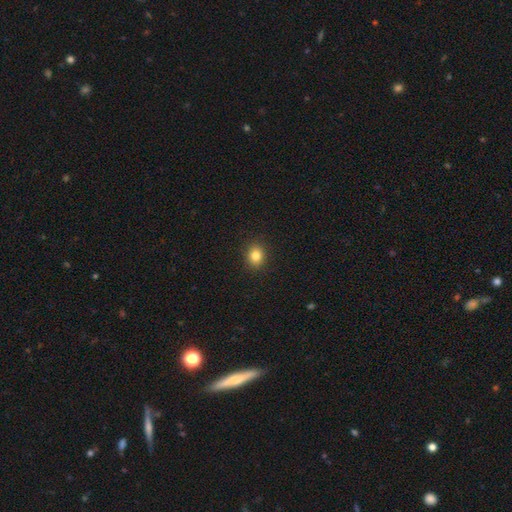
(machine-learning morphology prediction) smooth 83%, star or artifact 11%, featured or disk 6%. Down the decision tree: how rounded — round (73%); merging — none (91%).